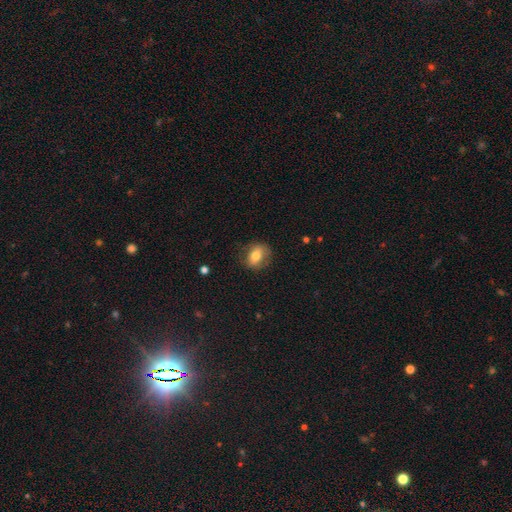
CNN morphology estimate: smooth 70%, featured or disk 22%, star or artifact 8%. Down the decision tree: how rounded — in between (57%); merging — none (76%).